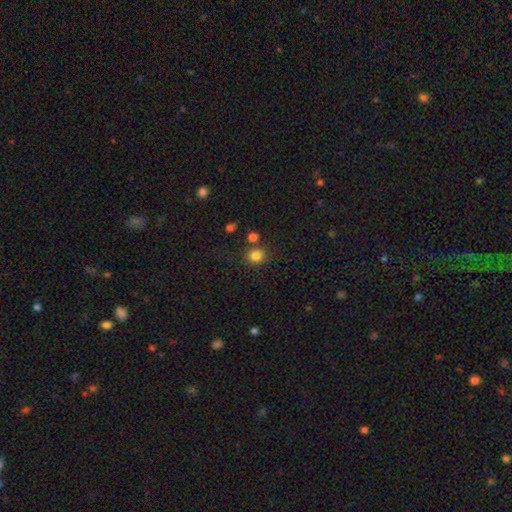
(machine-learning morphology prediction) Smooth or featured?
  - smooth: 83% *
  - star or artifact: 12%
  - featured or disk: 5%
How rounded?
  - round: 84% *
  - in between: 15%
  - cigar-shaped: 1%
Merging?
  - none: 77% *
  - merger: 10%
  - minor disturbance: 9%
  - major disturbance: 3%